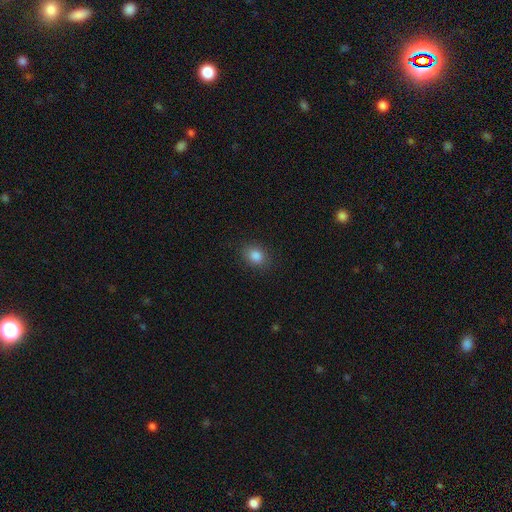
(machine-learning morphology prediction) type=smooth (85%); roundness=in between (57%); merging=none (86%).